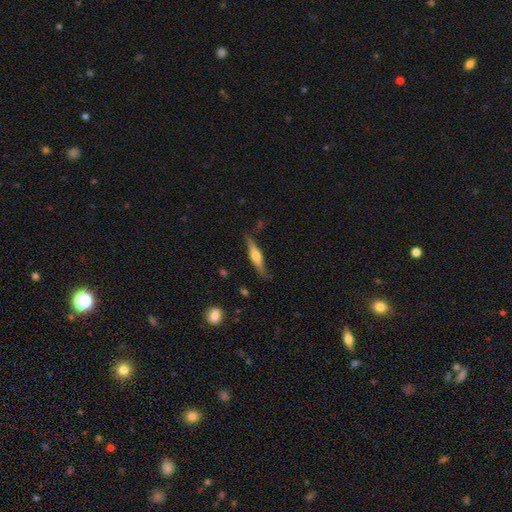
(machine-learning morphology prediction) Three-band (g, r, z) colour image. It shows a featured or disk galaxy (51%) viewed edge-on (93%). Merging: none (80%).